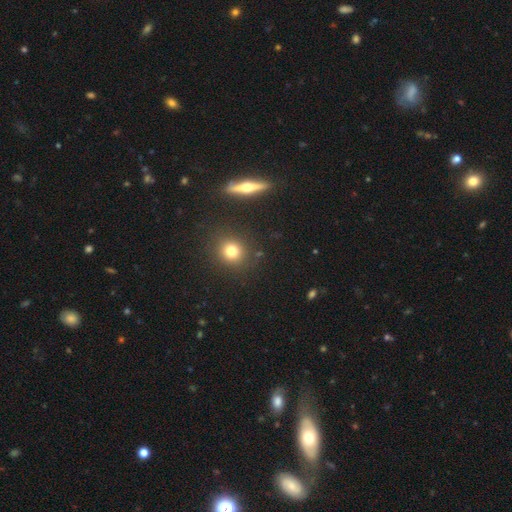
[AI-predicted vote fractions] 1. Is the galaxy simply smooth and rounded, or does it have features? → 55% smooth, 28% star or artifact, 17% featured or disk.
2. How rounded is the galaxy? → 58% round, 31% in between, 11% cigar-shaped.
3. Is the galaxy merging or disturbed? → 83% none, 8% minor disturbance, 6% merger, 3% major disturbance.